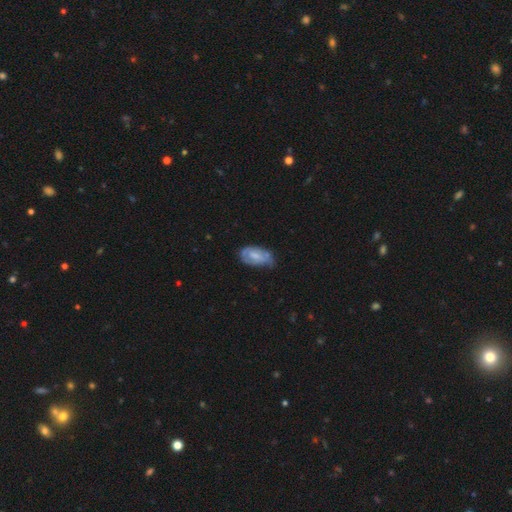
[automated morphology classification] This appears to be a featured or disk galaxy (50%). Merging: none (41%).